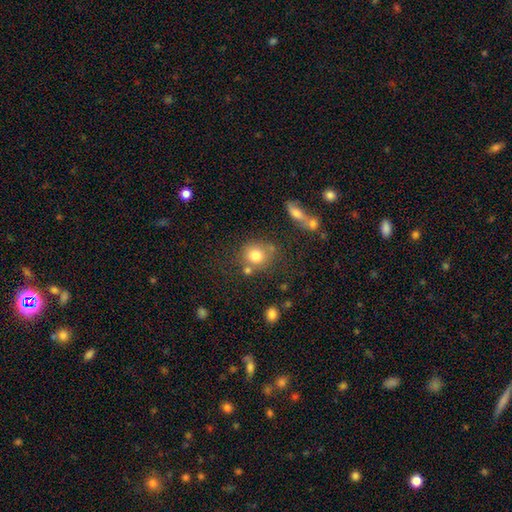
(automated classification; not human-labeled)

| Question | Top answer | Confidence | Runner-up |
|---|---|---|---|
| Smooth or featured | smooth | 79% | star or artifact (11%) |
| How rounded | round | 80% | in between (19%) |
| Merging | none | 61% | merger (18%) |